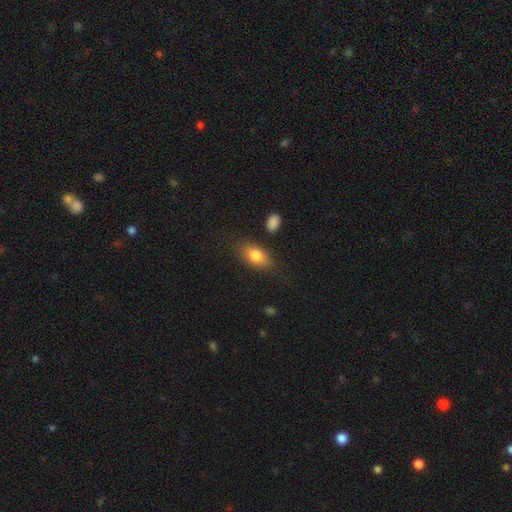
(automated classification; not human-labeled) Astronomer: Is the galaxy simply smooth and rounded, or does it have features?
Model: smooth — 79%.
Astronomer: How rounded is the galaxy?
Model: in between — 86%.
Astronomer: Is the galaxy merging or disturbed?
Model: none — 78%.